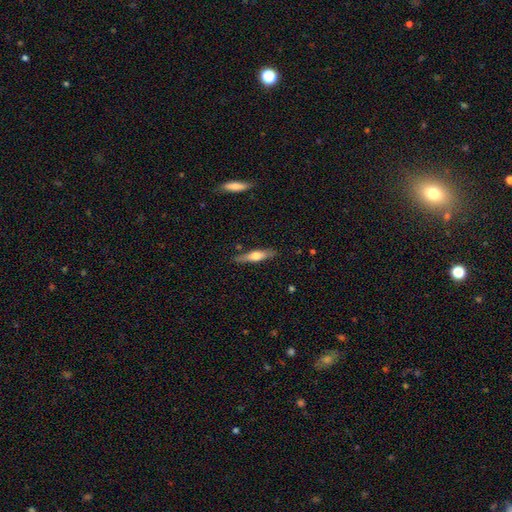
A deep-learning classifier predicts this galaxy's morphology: Smooth or featured?
  - featured or disk: 52% *
  - smooth: 43%
  - star or artifact: 6%
Edge-on disk?
  - yes: 94% *
  - no: 6%
Merging?
  - none: 86% *
  - minor disturbance: 10%
  - major disturbance: 2%
  - merger: 2%